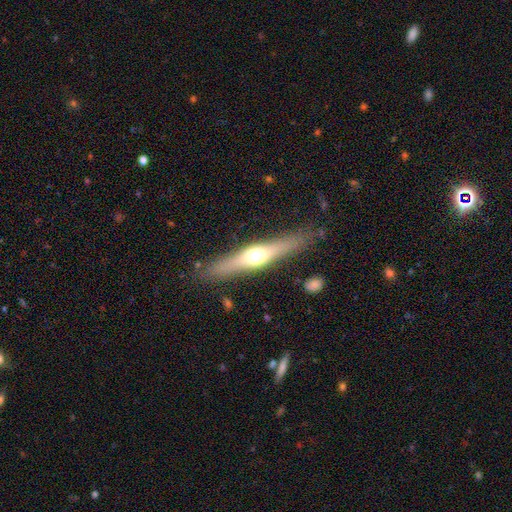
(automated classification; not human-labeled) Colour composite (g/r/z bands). It shows a featured or disk galaxy (59%) viewed edge-on (92%) with a rounded central bulge (93%). Merging: none (86%).